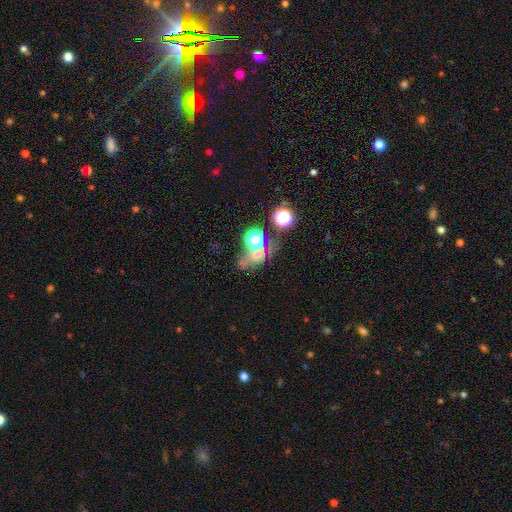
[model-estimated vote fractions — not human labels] A smooth galaxy with no disk features (42%).

Vote fractions:
- Smooth or featured? smooth: 42% / star or artifact: 35% / featured or disk: 23%
- Merging? none: 38% / merger: 34% / major disturbance: 15% / minor disturbance: 13%